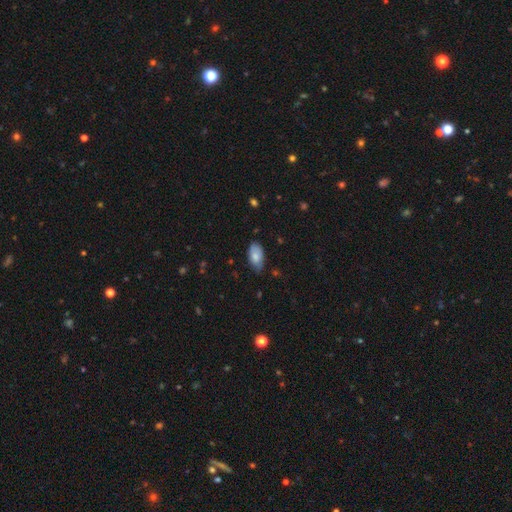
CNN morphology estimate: smooth_or_featured: smooth (p=0.79) [alt: featured or disk p=0.14]
how_rounded: in between (p=0.94) [alt: round p=0.03]
merging: none (p=0.68) [alt: minor disturbance p=0.27]